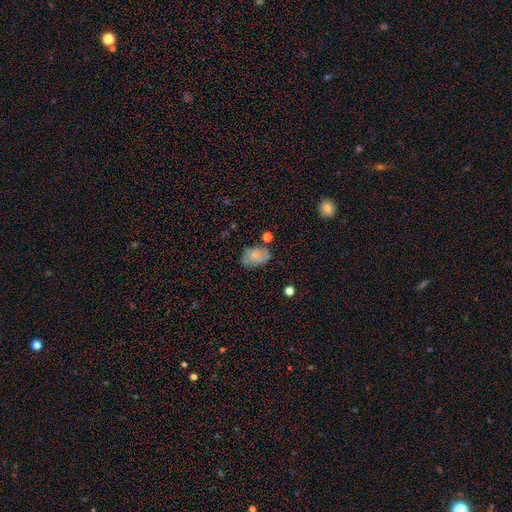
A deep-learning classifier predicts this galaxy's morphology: smooth-or-featured: smooth: 65% | featured or disk: 24% | star or artifact: 11%
  how-rounded: in between: 79% | round: 20% | cigar-shaped: 1%
  merging: none: 55% | minor disturbance: 25% | major disturbance: 10% | merger: 9%